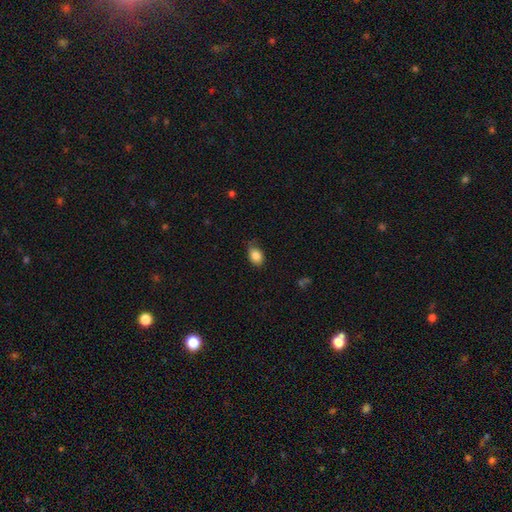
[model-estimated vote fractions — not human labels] A smooth galaxy with no disk features (85%) that is in between round and cigar-shaped (77%). Merging: none (67%).